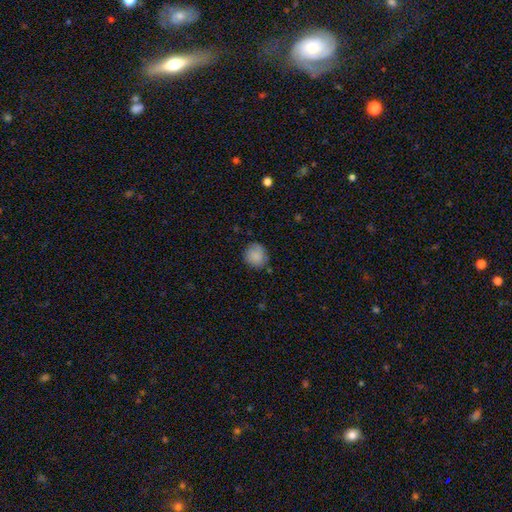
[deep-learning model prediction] smooth_or_featured: smooth (p=0.85) [alt: star or artifact p=0.08]
how_rounded: round (p=0.84) [alt: in between p=0.15]
merging: none (p=0.77) [alt: minor disturbance p=0.17]